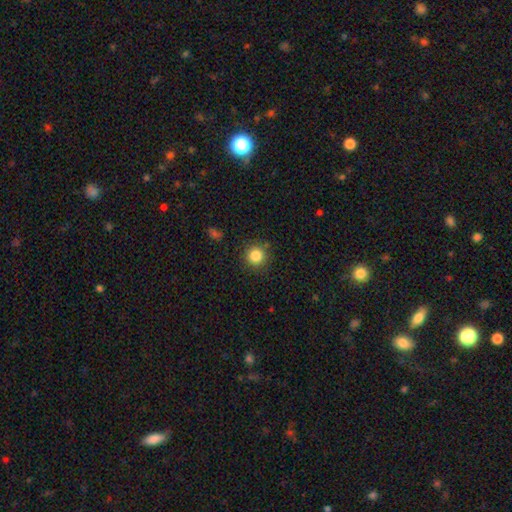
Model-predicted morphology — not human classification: This is clearly a smooth galaxy (85%). How rounded: clearly round (94%). Merging: clearly none (87%).